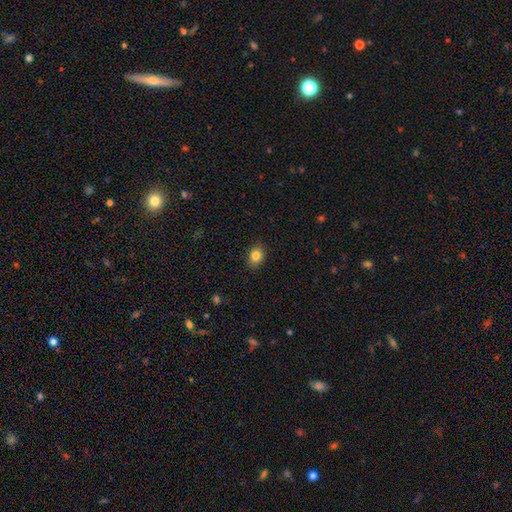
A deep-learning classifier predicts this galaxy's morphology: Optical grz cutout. It shows a smooth galaxy with no disk features (84%) that is in between round and cigar-shaped (58%). Merging: none (88%).